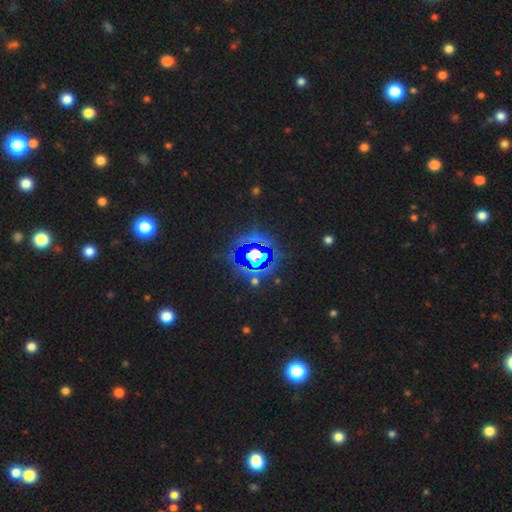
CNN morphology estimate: star or artifact 72%, featured or disk 14%, smooth 14%.